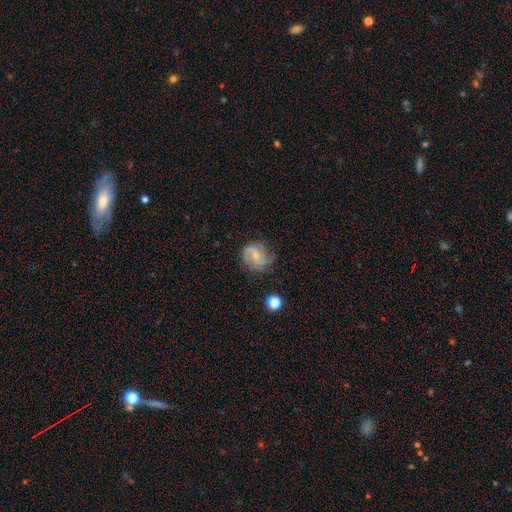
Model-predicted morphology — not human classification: featured or disk 79%, smooth 14%, star or artifact 7%. Down the decision tree: edge-on disk — no (98%); bar — no (59%); spiral arms — yes (96%); spiral arm count — 2 (50%); spiral winding — medium (49%); bulge size — small (66%); merging — none (71%).